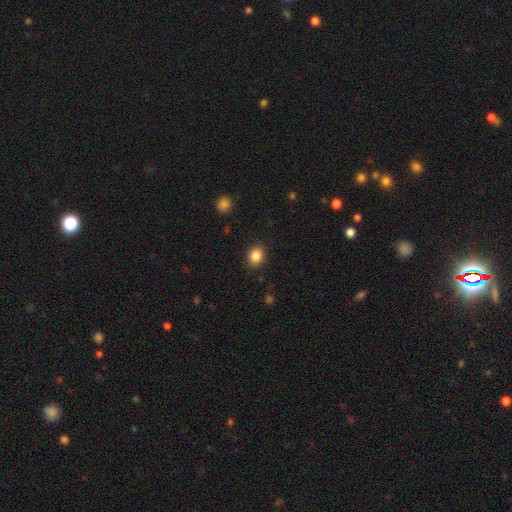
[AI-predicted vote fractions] Overall: smooth (87%). How rounded: round (51%; in between 48%). Merging: none (88%).